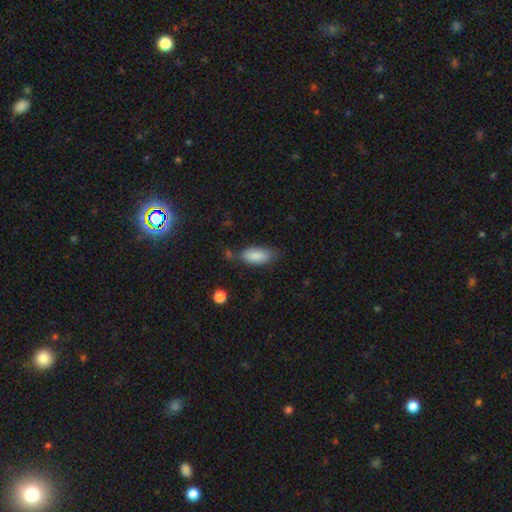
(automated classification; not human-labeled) The model was most divided on "merging": none: 65%, minor disturbance: 24%, major disturbance: 6%, merger: 5%. More confident: how rounded — in between (88%); smooth or featured — smooth (86%).